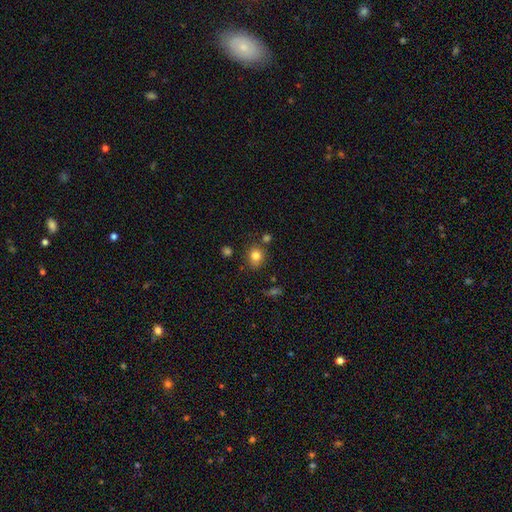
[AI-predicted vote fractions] Morphology: type=smooth (81%); roundness=round (74%); merging=none (77%).